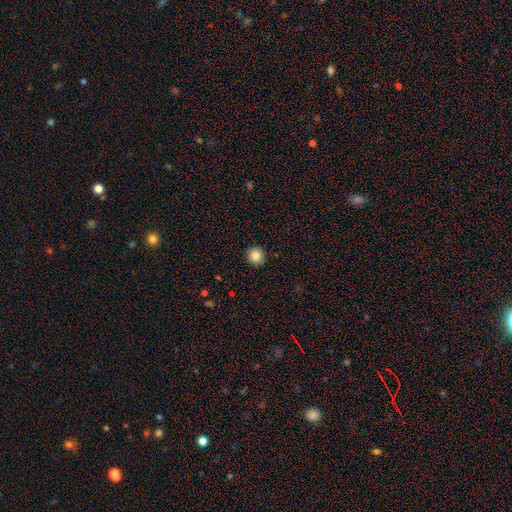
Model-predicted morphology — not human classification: The model was most divided on "smooth or featured": smooth: 84%, star or artifact: 10%, featured or disk: 6%. More confident: merging — none (93%); how rounded — round (92%).